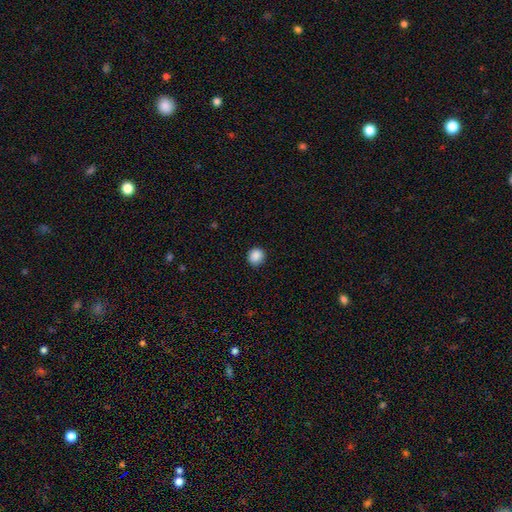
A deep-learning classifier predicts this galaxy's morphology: Overall: smooth (88%). How rounded: round (86%). Merging: none (90%).